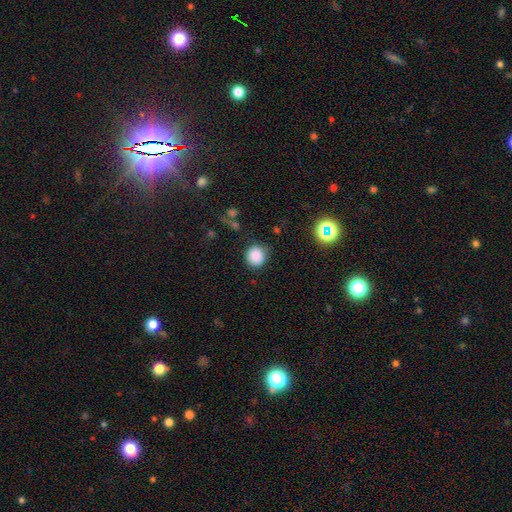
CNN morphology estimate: This is clearly a smooth galaxy (86%). How rounded: clearly round (86%). Merging: clearly none (81%).